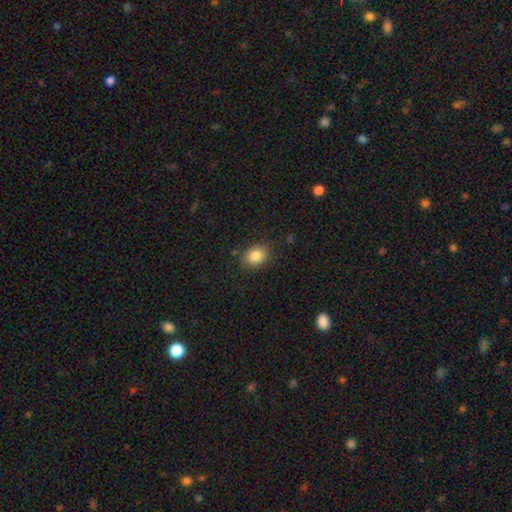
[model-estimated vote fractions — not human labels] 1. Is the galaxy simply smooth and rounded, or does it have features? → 85% smooth, 10% star or artifact, 6% featured or disk.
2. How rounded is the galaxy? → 51% in between, 48% round, 1% cigar-shaped.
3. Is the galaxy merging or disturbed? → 83% none, 12% minor disturbance, 3% major disturbance, 2% merger.